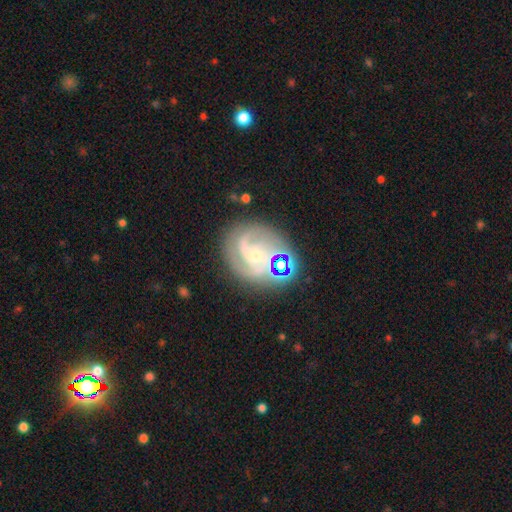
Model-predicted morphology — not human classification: The model was most divided on "spiral arm count": 2: 37%, 3: 29%, can't tell: 16%, 4: 7%, 1: 6%, more than 4: 5%. Remaining: edge-on disk — no (98%); spiral arms — yes (96%); smooth or featured — featured or disk (82%); bulge size — small (74%); merging — none (67%); bar — no (49%); spiral winding — medium (46%).